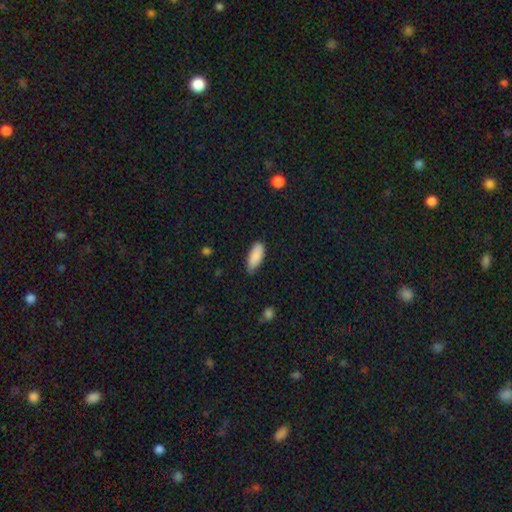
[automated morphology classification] type=smooth (89%); roundness=in between (82%); merging=none (73%).